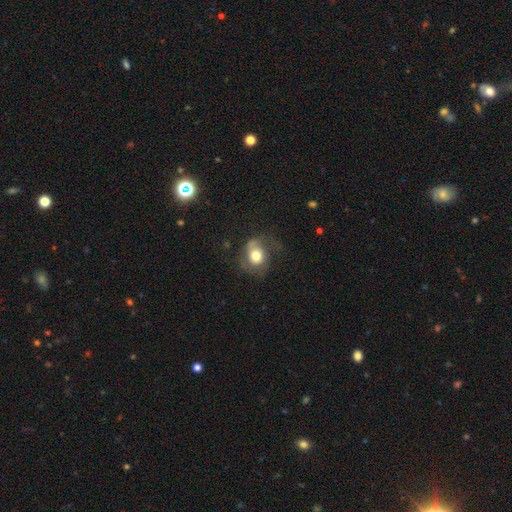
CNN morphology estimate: Smooth or featured? smooth (56%)
How rounded? round (53%)
Merging? none (45%)